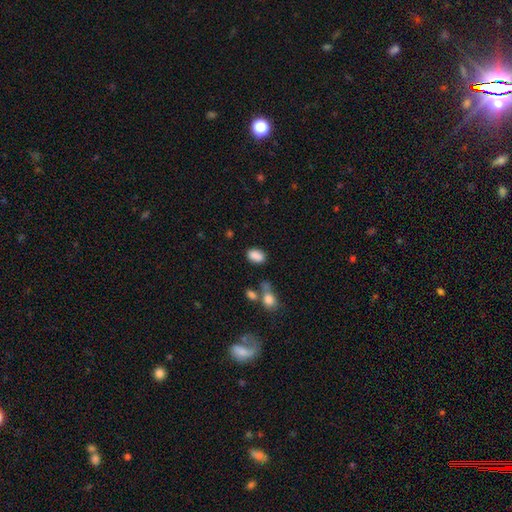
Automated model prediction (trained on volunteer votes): The model was most divided on "merging": none: 74%, minor disturbance: 15%, merger: 7%, major disturbance: 5%. More confident: how rounded — in between (87%); smooth or featured — smooth (86%).